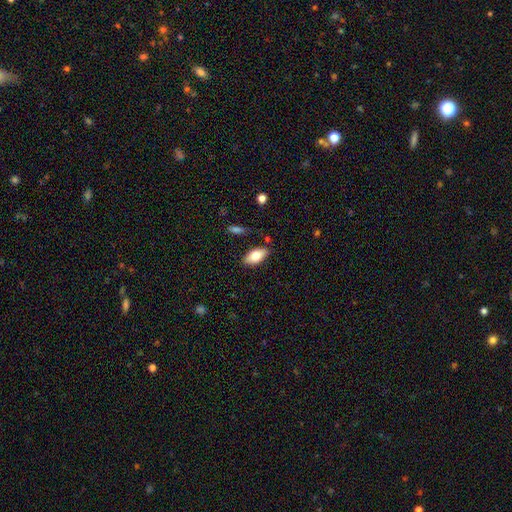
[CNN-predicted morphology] Smooth or featured?
  - smooth: 76% *
  - featured or disk: 17%
  - star or artifact: 7%
How rounded?
  - in between: 91% *
  - cigar-shaped: 6%
  - round: 3%
Merging?
  - none: 81% *
  - minor disturbance: 13%
  - major disturbance: 3%
  - merger: 3%